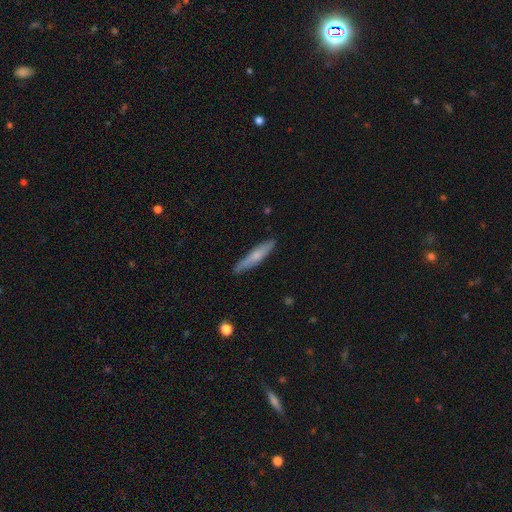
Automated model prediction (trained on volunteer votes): This is likely a smooth galaxy (60%). How rounded: clearly cigar-shaped (90%). Merging: clearly none (86%).